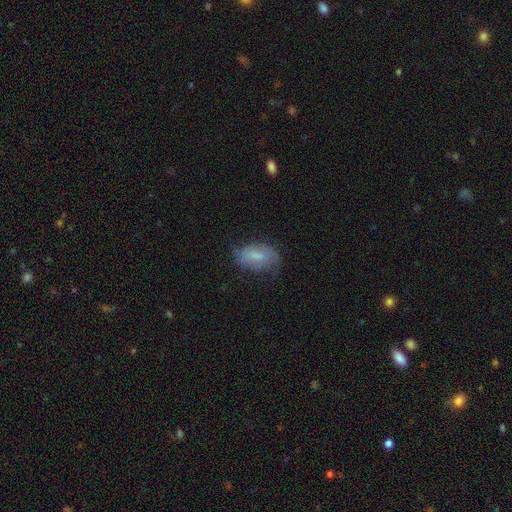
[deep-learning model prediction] smooth_or_featured: smooth (p=0.66) [alt: featured or disk p=0.26]
how_rounded: in between (p=0.89) [alt: round p=0.08]
merging: none (p=0.57) [alt: minor disturbance p=0.30]